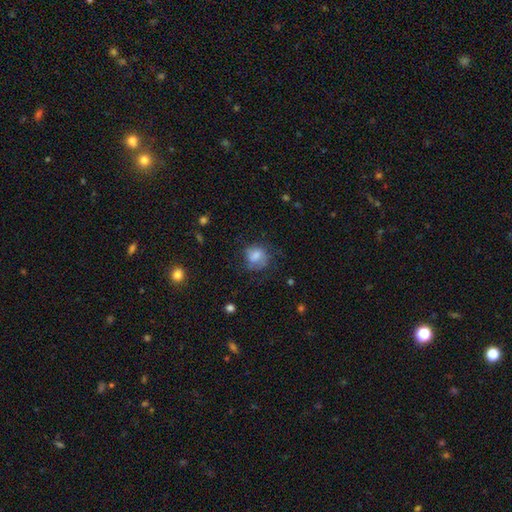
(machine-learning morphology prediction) Smooth or featured? Predicted: smooth (p=0.66). How rounded? Predicted: round (p=0.64). Merging? Predicted: none (p=0.52).